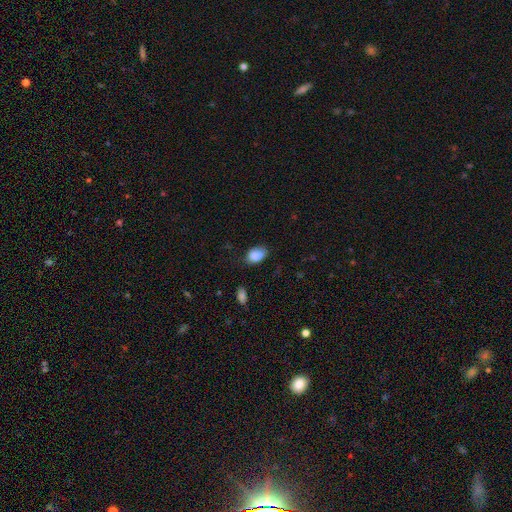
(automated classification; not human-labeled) This appears to be a smooth galaxy with no disk features (84%) that is in between round and cigar-shaped (86%). Merging: none (61%).